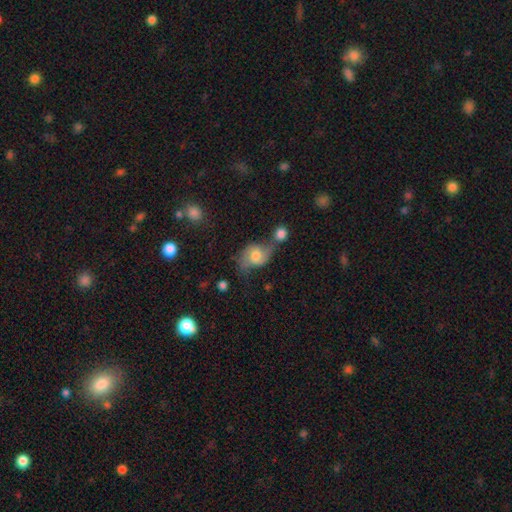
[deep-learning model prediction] Morphology: type=featured or disk (50%); merging=none (39%).